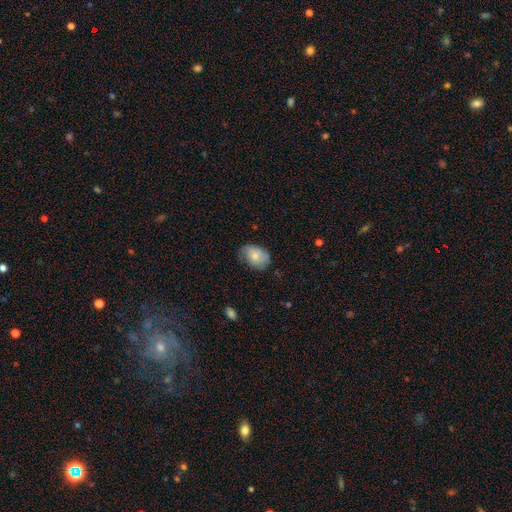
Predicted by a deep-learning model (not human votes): The model was most divided on "merging": none: 60%, minor disturbance: 30%, major disturbance: 8%, merger: 1%. More confident: how rounded — in between (78%); smooth or featured — smooth (70%).